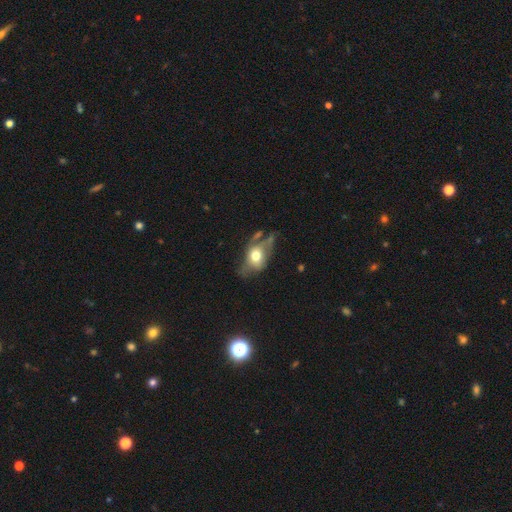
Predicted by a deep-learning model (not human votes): Smooth or featured? smooth (56%)
How rounded? in between (74%)
Merging? none (31%)